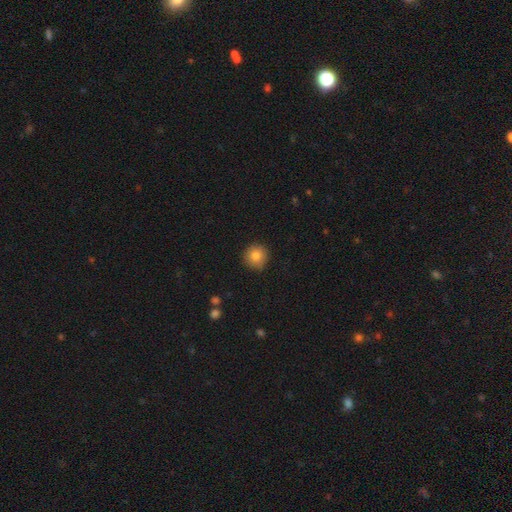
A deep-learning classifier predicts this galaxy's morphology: Smooth or featured?
  - smooth: 84% *
  - star or artifact: 9%
  - featured or disk: 7%
How rounded?
  - round: 94% *
  - in between: 5%
  - cigar-shaped: 1%
Merging?
  - none: 86% *
  - minor disturbance: 11%
  - major disturbance: 2%
  - merger: 1%